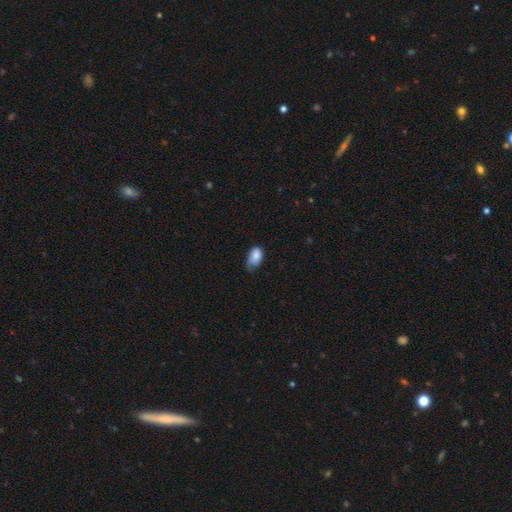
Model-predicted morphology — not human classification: This is clearly a smooth galaxy (82%). How rounded: clearly in between (90%). Merging: possibly minor disturbance (45%).